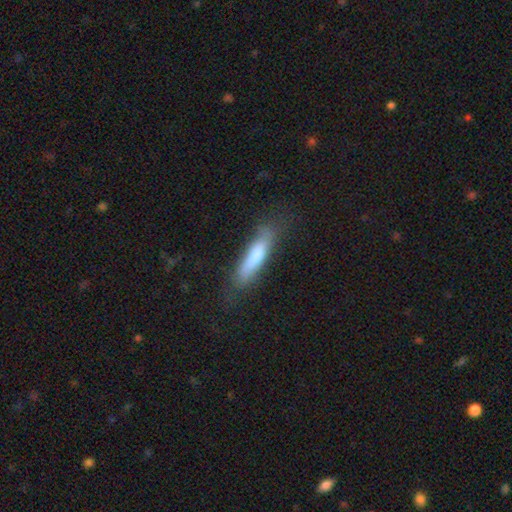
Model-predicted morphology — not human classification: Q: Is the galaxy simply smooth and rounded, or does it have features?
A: smooth — 60%.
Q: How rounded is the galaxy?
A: cigar-shaped — 83%.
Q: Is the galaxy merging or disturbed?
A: none — 74%.